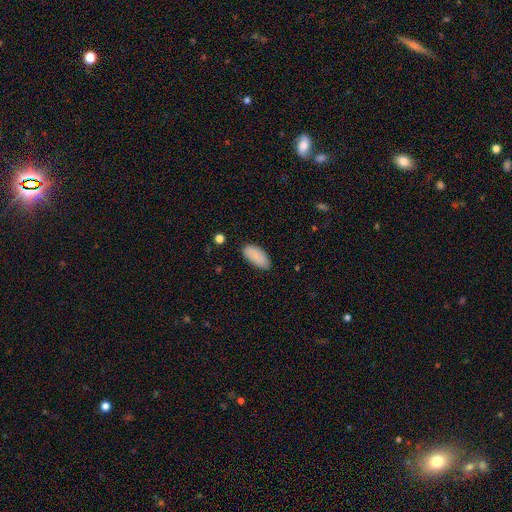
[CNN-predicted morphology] Overall: smooth (86%). How rounded: in between (92%). Merging: none (81%).